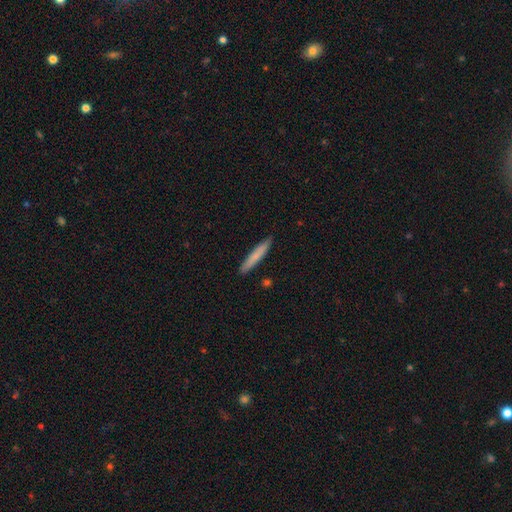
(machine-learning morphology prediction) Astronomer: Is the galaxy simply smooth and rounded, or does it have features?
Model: smooth — 75%.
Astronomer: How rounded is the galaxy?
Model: cigar-shaped — 94%.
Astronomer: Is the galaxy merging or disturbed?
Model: none — 90%.